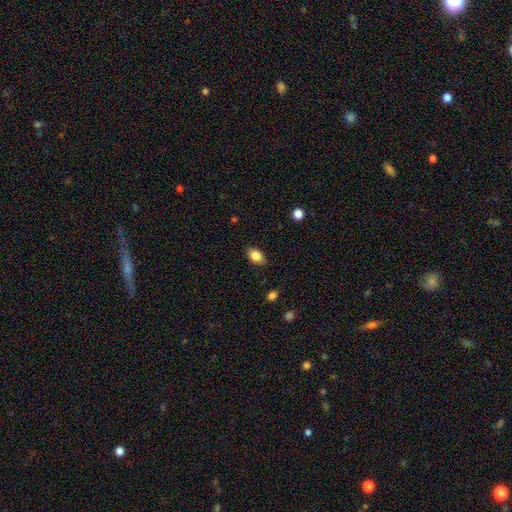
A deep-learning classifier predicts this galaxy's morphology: A smooth galaxy with no disk features (84%) that is in between round and cigar-shaped (82%).

Vote fractions:
- Smooth or featured? smooth: 84% / star or artifact: 9% / featured or disk: 8%
- How rounded? in between: 82% / round: 16% / cigar-shaped: 2%
- Merging? none: 84% / minor disturbance: 13% / major disturbance: 3% / merger: 1%